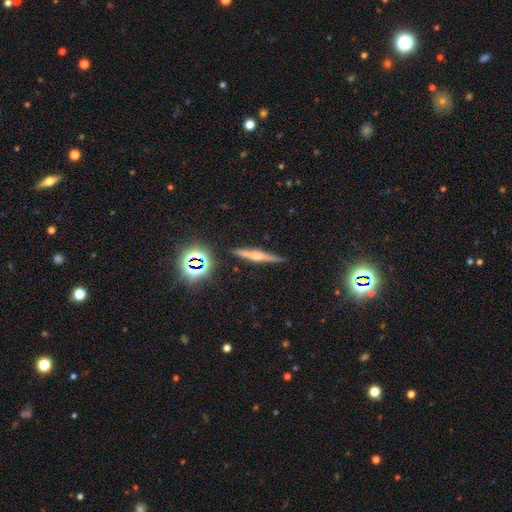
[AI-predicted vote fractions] smooth_or_featured: featured or disk (p=0.55) [alt: smooth p=0.31]
disk_edge_on: yes (p=0.96) [alt: no p=0.04]
edge_on_bulge: rounded (p=0.71) [alt: boxy p=0.17]
merging: none (p=0.86) [alt: minor disturbance p=0.10]